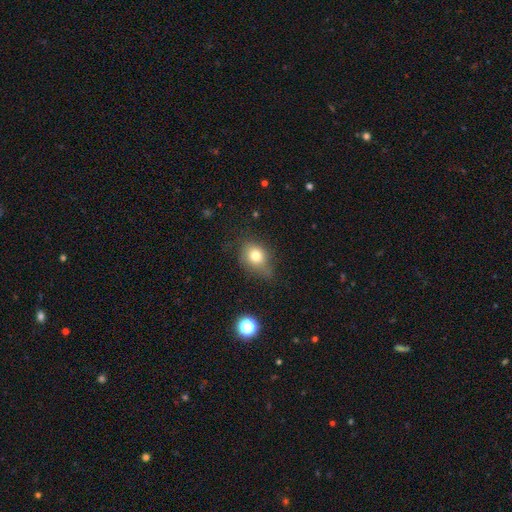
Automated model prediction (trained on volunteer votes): The model was most divided on "how rounded": round: 52%, in between: 46%, cigar-shaped: 2%. More confident: smooth or featured — smooth (75%); merging — none (54%).